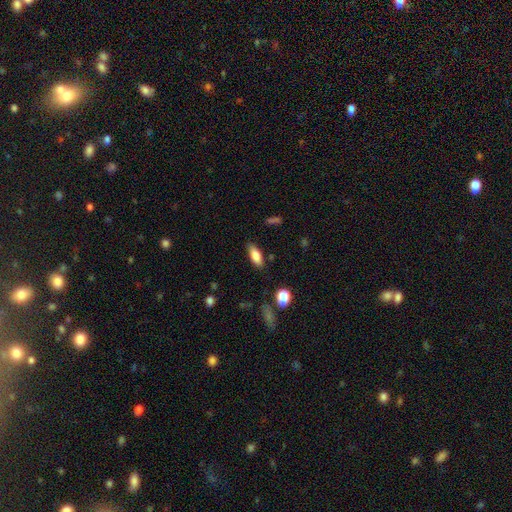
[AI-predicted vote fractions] smooth-or-featured: smooth: 81% | featured or disk: 11% | star or artifact: 8%
  how-rounded: in between: 79% | cigar-shaped: 19% | round: 2%
  merging: none: 82% | minor disturbance: 13% | major disturbance: 3% | merger: 2%